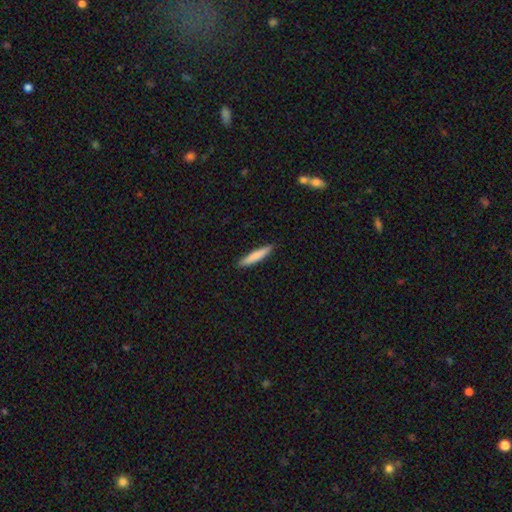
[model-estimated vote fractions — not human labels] Smooth or featured? smooth (80%)
How rounded? cigar-shaped (91%)
Merging? none (90%)